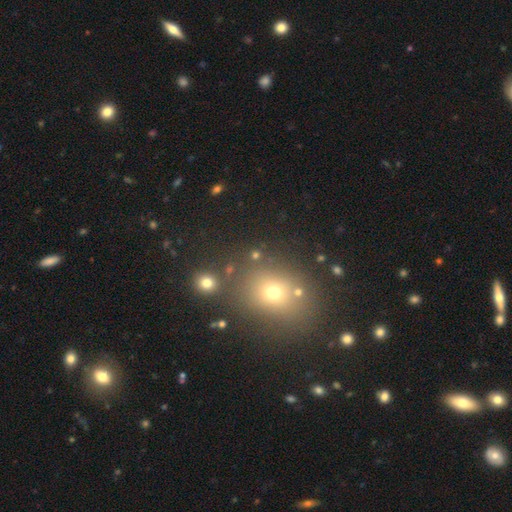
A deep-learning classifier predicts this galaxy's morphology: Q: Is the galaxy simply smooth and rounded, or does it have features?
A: smooth — 62%.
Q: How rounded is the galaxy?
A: round — 67%.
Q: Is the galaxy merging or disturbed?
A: none — 77%.